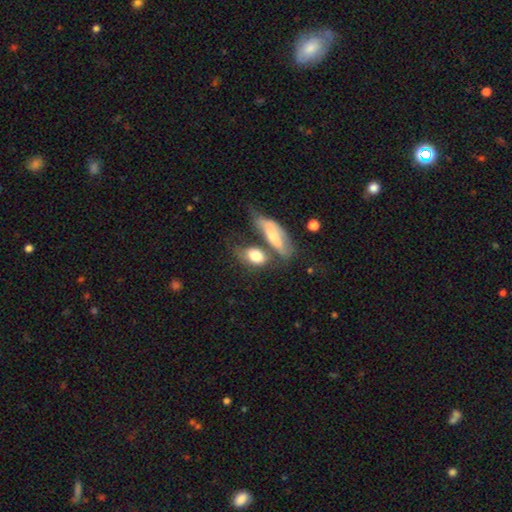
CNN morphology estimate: This is likely a smooth galaxy (74%). How rounded: likely in between (78%). Merging: marginally merger (41%).